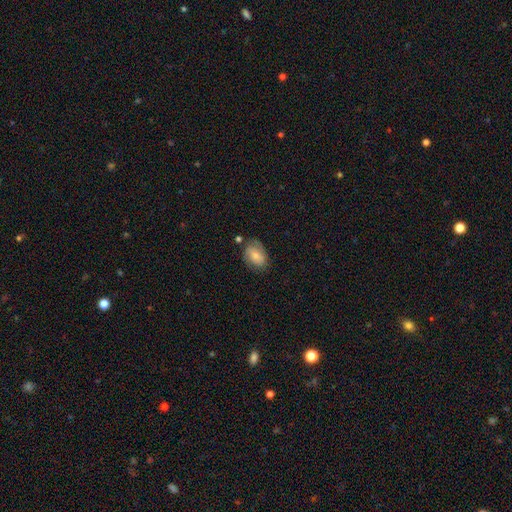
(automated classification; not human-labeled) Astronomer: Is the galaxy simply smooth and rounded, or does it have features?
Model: smooth — 56% (runner-up: featured or disk, 37%).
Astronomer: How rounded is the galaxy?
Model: in between — 77%.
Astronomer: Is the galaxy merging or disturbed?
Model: none — 65%.